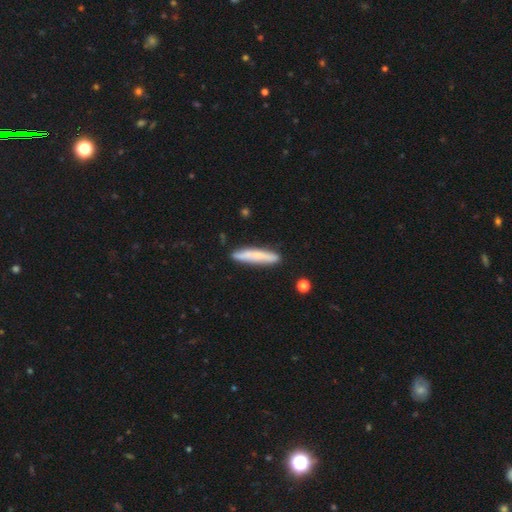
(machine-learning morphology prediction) A smooth galaxy with no disk features (63%) that is cigar-shaped (91%).

Vote fractions:
- Smooth or featured? smooth: 63% / featured or disk: 31% / star or artifact: 6%
- How rounded? cigar-shaped: 91% / in between: 8% / round: 1%
- Merging? none: 83% / minor disturbance: 12% / merger: 2% / major disturbance: 2%